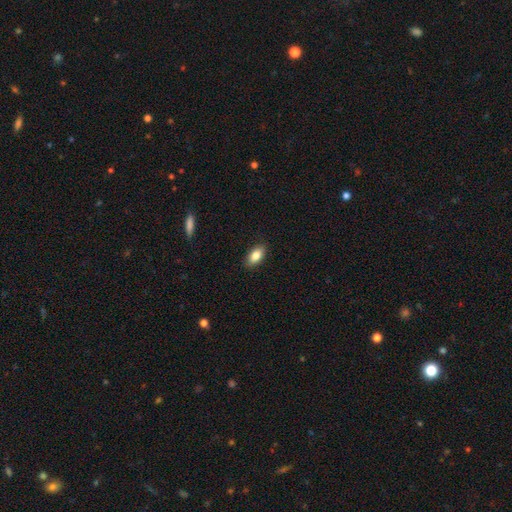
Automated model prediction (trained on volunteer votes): Overall: smooth (84%). How rounded: in between (90%). Merging: none (89%).